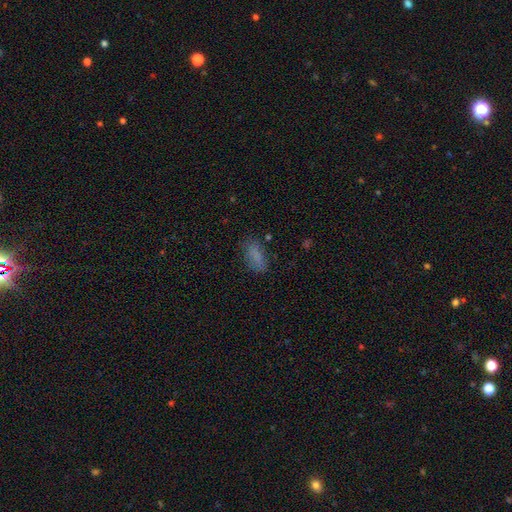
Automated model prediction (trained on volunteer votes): smooth-or-featured: smooth: 81% | star or artifact: 11% | featured or disk: 8%
  how-rounded: in between: 83% | cigar-shaped: 13% | round: 3%
  merging: none: 75% | minor disturbance: 17% | major disturbance: 6% | merger: 2%